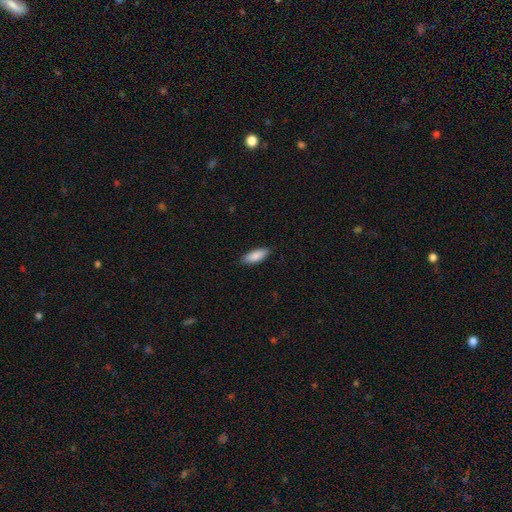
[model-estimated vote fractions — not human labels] A smooth galaxy with no disk features (88%) that is in between round and cigar-shaped (69%).

Vote fractions:
- Smooth or featured? smooth: 88% / featured or disk: 6% / star or artifact: 6%
- How rounded? in between: 69% / cigar-shaped: 29% / round: 2%
- Merging? none: 87% / minor disturbance: 10% / major disturbance: 2% / merger: 1%